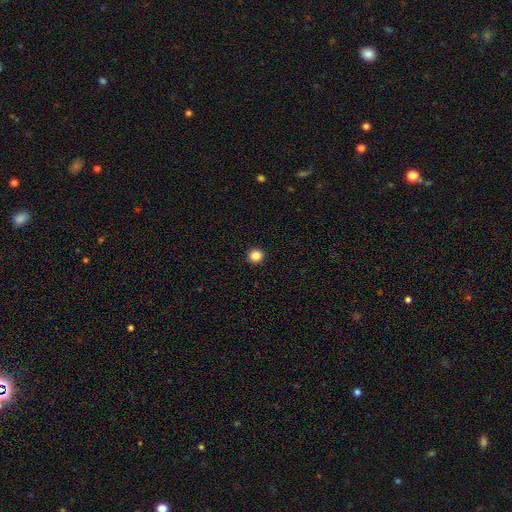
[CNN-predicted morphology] type=smooth (85%); roundness=round (92%); merging=none (93%).